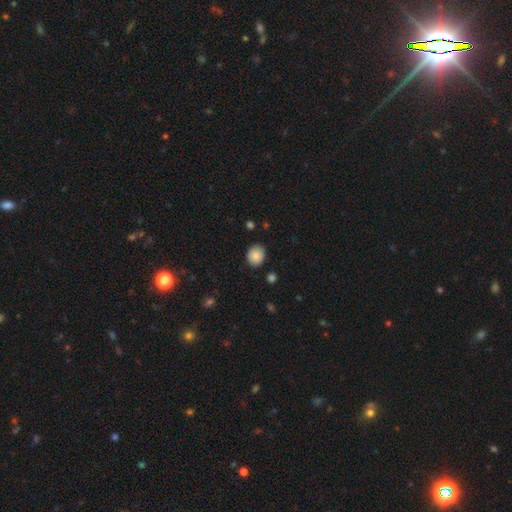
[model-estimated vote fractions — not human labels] Morphology: type=smooth (87%); roundness=round (68%); merging=none (86%).